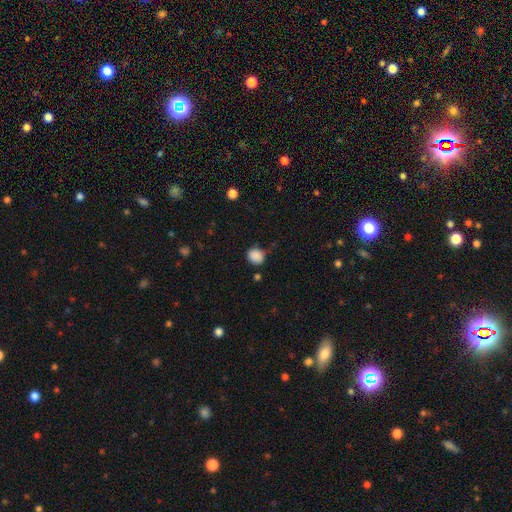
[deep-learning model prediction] smooth-or-featured: smooth: 87% | star or artifact: 10% | featured or disk: 3%
  how-rounded: round: 80% | in between: 19% | cigar-shaped: 1%
  merging: none: 74% | minor disturbance: 18% | major disturbance: 4% | merger: 3%